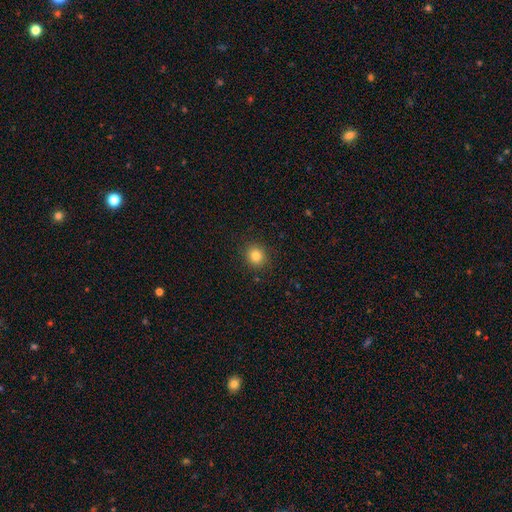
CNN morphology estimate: Q: Smooth or featured?
A: smooth (84%); runner-up: star or artifact (11%)
Q: How rounded?
A: round (88%); runner-up: in between (11%)
Q: Merging?
A: none (90%); runner-up: minor disturbance (7%)